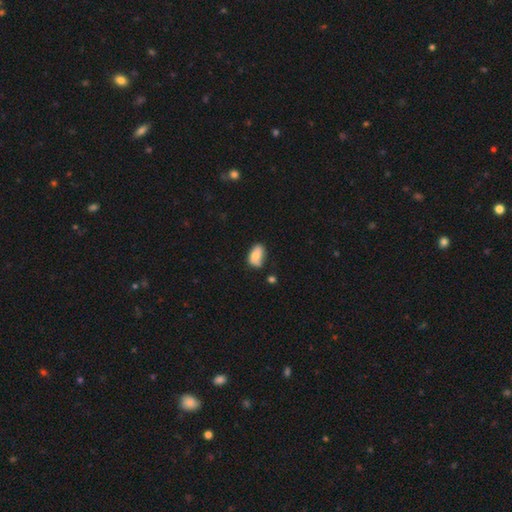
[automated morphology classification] smooth-or-featured: smooth: 72% | featured or disk: 20% | star or artifact: 8%
  how-rounded: in between: 90% | round: 9% | cigar-shaped: 2%
  merging: none: 56% | minor disturbance: 32% | major disturbance: 7% | merger: 6%